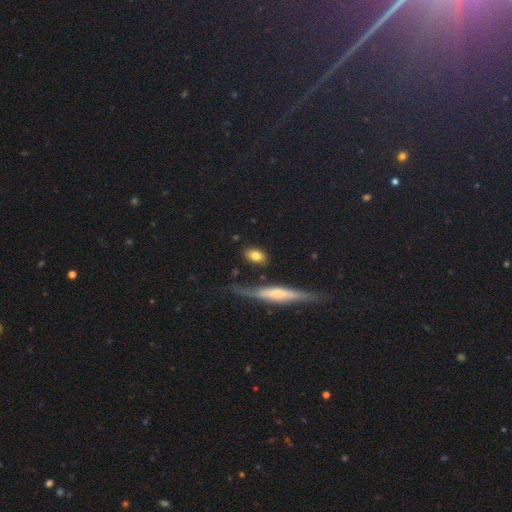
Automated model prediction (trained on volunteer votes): This is likely a smooth galaxy (78%). How rounded: likely in between (80%). Merging: likely none (75%).